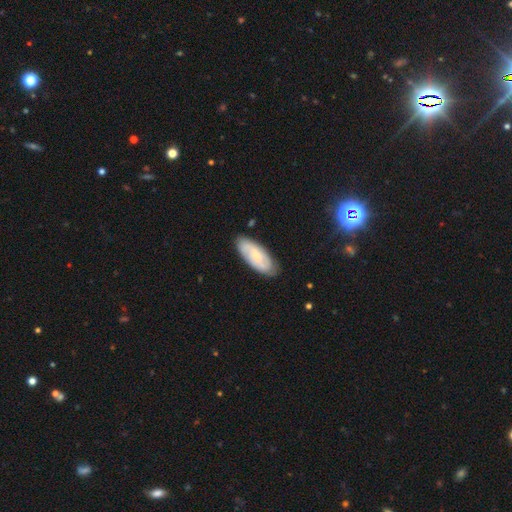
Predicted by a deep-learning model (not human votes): Morphology: type=featured or disk (47%, tied with smooth); merging=none (82%).